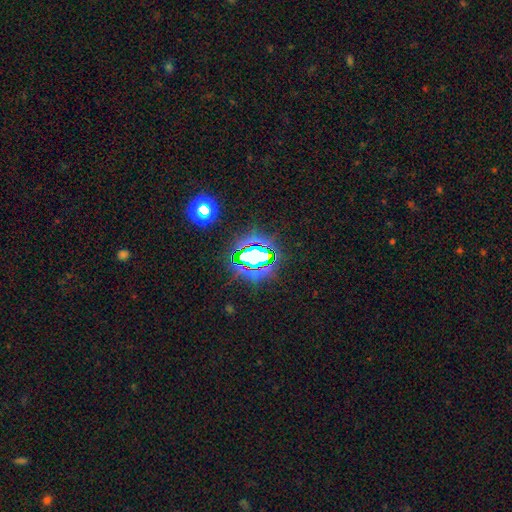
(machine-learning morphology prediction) smooth_or_featured: star or artifact (p=0.69) [alt: smooth p=0.18]